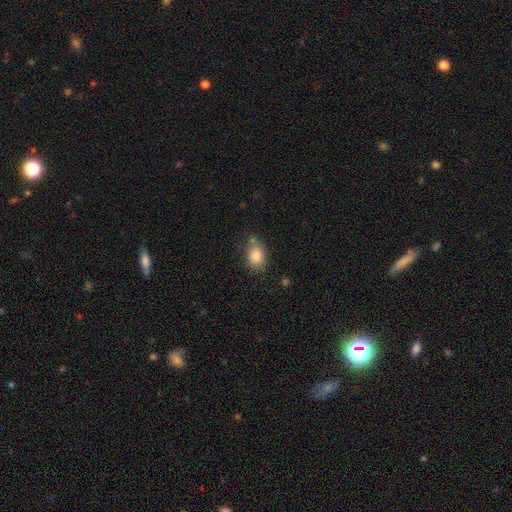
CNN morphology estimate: This is clearly a smooth galaxy (85%). How rounded: likely in between (66%). Merging: likely none (66%).